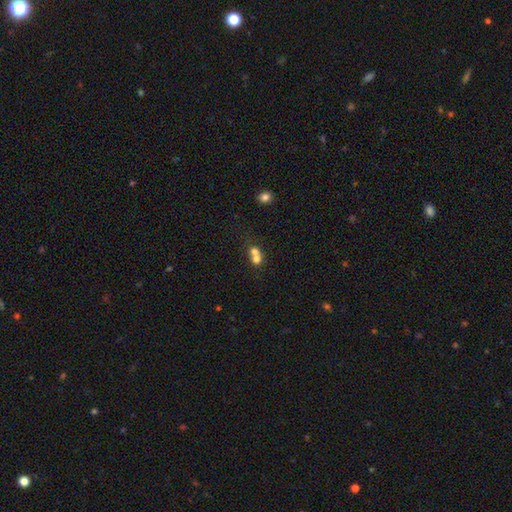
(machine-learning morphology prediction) This is likely a smooth galaxy (70%). How rounded: likely round (76%). Merging: likely merger (64%).